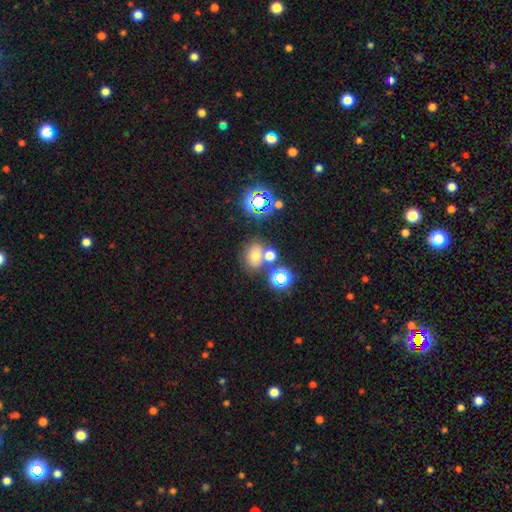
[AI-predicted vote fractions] smooth_or_featured: smooth (p=0.61) [alt: star or artifact p=0.27]
how_rounded: round (p=0.51) [alt: in between p=0.48]
merging: none (p=0.59) [alt: merger p=0.26]